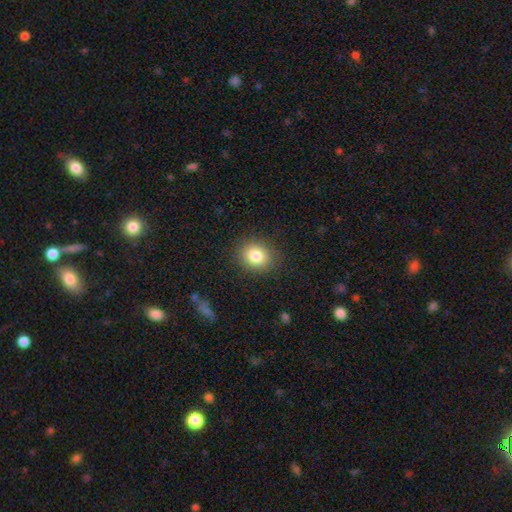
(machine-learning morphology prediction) type=smooth (83%); roundness=round (68%); merging=none (87%).